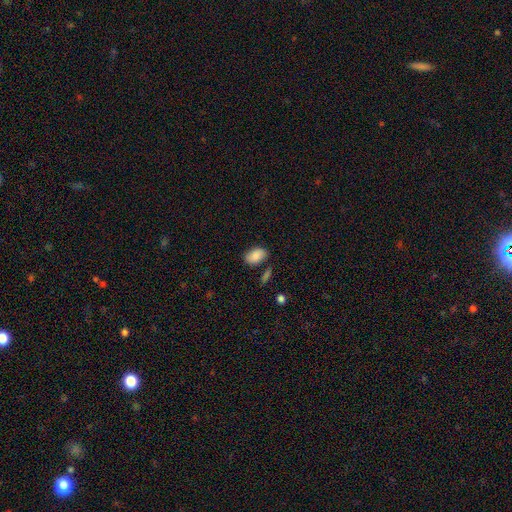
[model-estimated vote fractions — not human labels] Smooth or featured: smooth — 87% (star or artifact — 7%)
How rounded: in between — 91% (round — 7%)
Merging: none — 76% (minor disturbance — 15%)